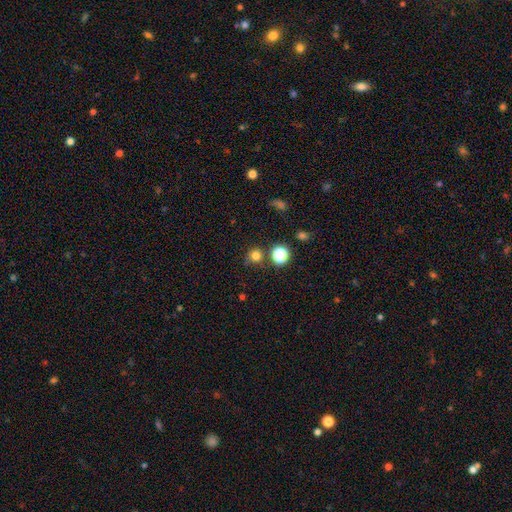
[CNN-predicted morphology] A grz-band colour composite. It shows a smooth galaxy with no disk features (75%) that is round (91%). Merging: none (75%).